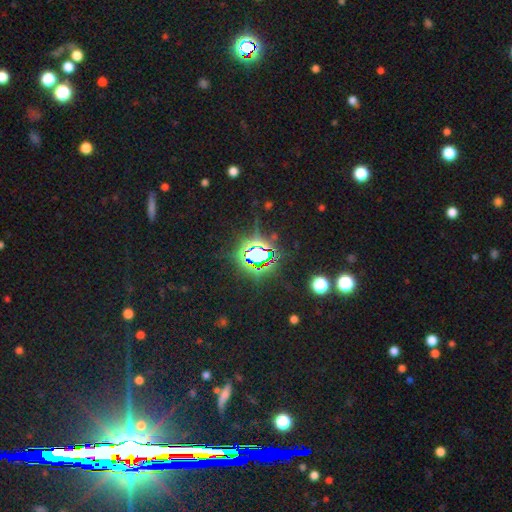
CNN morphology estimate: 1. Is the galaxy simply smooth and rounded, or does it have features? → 78% star or artifact, 12% smooth, 10% featured or disk.